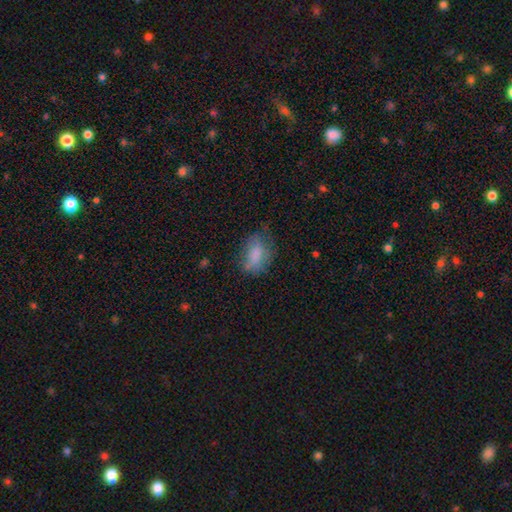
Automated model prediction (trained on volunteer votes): Smooth or featured: smooth — 75% (featured or disk — 16%)
How rounded: in between — 86% (round — 10%)
Merging: none — 50% (minor disturbance — 30%)